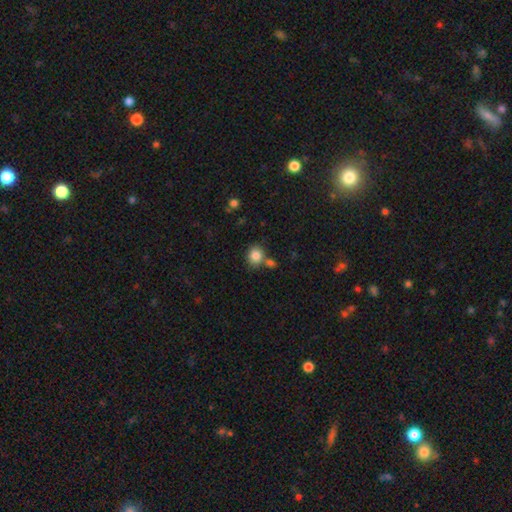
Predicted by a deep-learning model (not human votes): This appears to be a smooth galaxy with no disk features (85%) that is round (77%). Merging: none (67%).